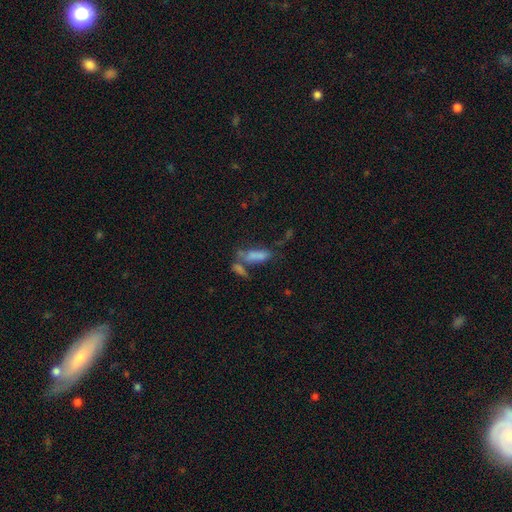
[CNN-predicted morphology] This appears to be a smooth galaxy with no disk features (74%) that is in between round and cigar-shaped (61%). Merging: merger (41%).